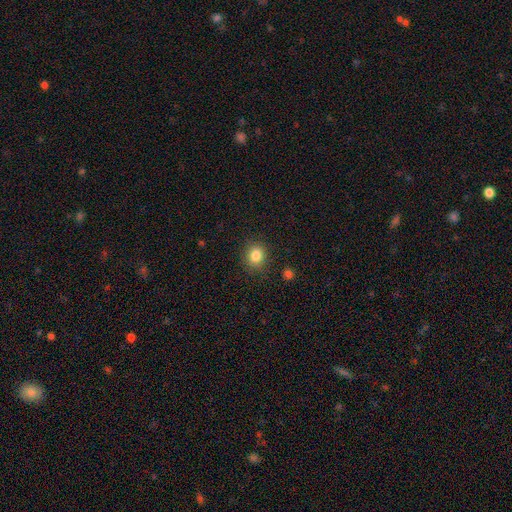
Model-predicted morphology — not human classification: This is clearly a smooth galaxy (83%). How rounded: likely round (75%). Merging: clearly none (87%).